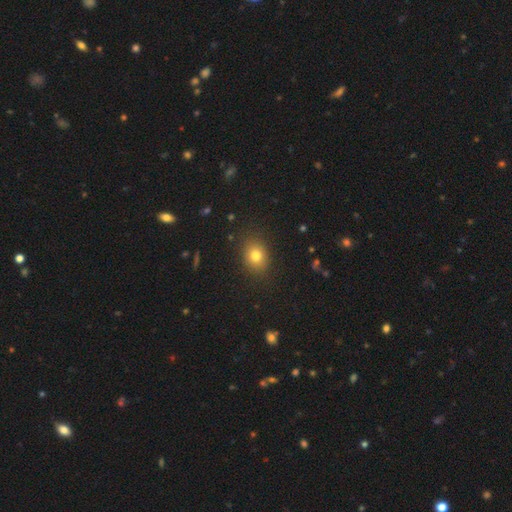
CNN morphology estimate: Smooth or featured? smooth (79%)
How rounded? round (50%)
Merging? none (86%)